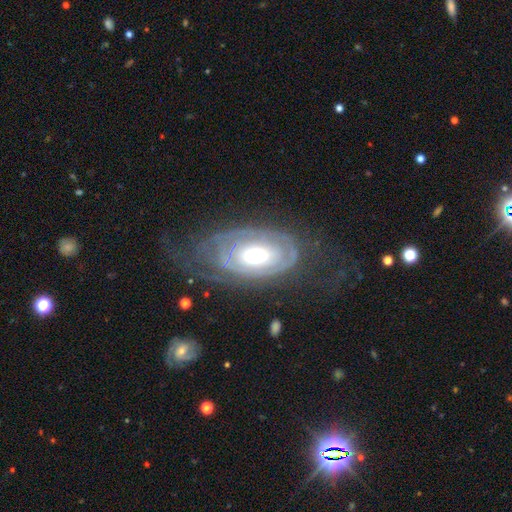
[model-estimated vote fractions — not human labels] featured or disk 80%, smooth 14%, star or artifact 6%. Down the decision tree: edge-on disk — no (93%); bar — no (74%); spiral arms — yes (77%); spiral arm count — can't tell (51%); spiral winding — tight (71%); bulge size — moderate (60%); merging — none (58%).